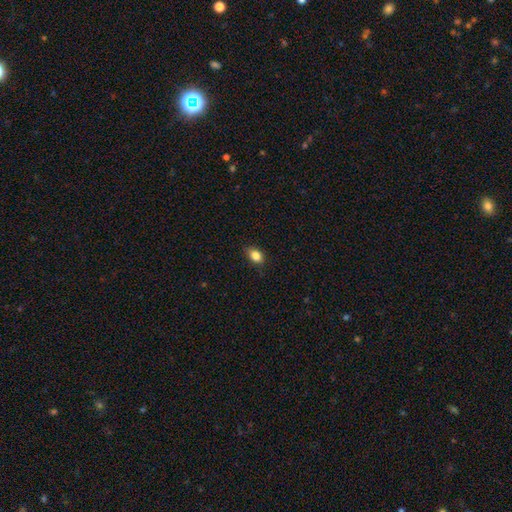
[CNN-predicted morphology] type=smooth (85%); roundness=in between (78%); merging=none (82%).